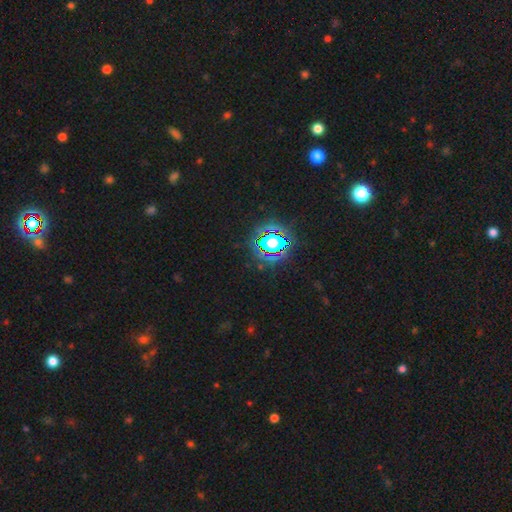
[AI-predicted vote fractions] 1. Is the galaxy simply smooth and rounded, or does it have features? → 80% star or artifact, 12% smooth, 8% featured or disk.